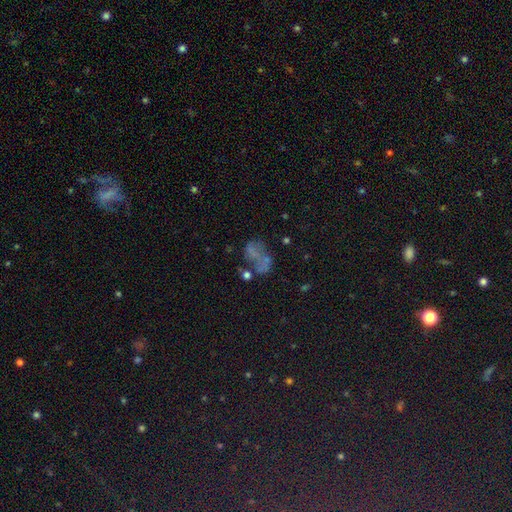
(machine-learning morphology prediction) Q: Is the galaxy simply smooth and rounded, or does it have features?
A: featured or disk — 44%.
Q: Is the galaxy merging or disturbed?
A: none — 37%.